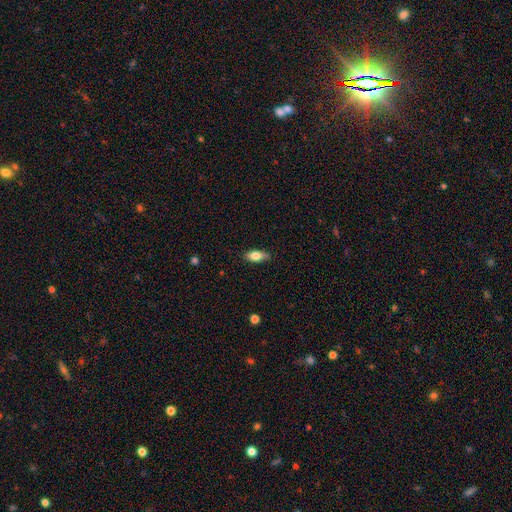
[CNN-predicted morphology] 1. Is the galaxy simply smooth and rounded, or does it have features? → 79% smooth, 14% featured or disk, 7% star or artifact.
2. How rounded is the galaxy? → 85% in between, 12% cigar-shaped, 3% round.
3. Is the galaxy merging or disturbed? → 81% none, 15% minor disturbance, 3% major disturbance, 1% merger.